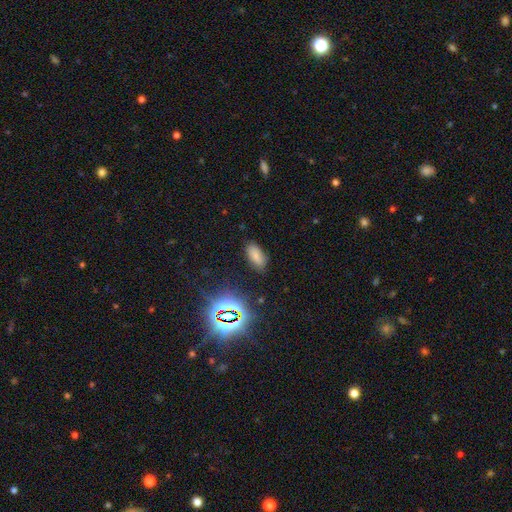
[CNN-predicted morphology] A smooth galaxy with no disk features (74%) that is in between round and cigar-shaped (88%). Merging: none (83%).